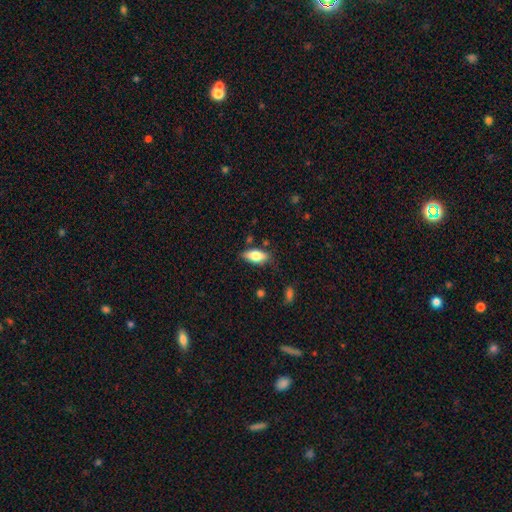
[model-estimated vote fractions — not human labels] smooth_or_featured: smooth (p=0.76) [alt: featured or disk p=0.17]
how_rounded: in between (p=0.82) [alt: cigar-shaped p=0.16]
merging: none (p=0.76) [alt: minor disturbance p=0.18]